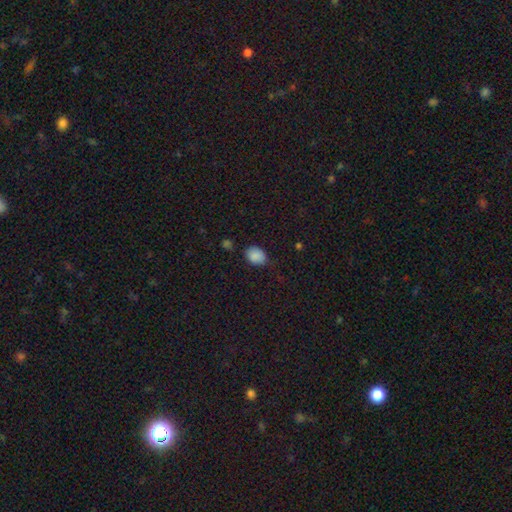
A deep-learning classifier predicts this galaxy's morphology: A smooth galaxy with no disk features (86%) that is in between round and cigar-shaped (65%). Merging: none (72%).